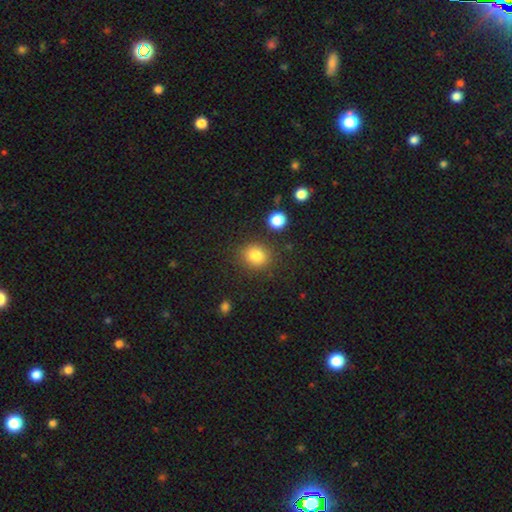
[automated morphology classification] The model was most divided on "how rounded": round: 71%, in between: 28%, cigar-shaped: 1%. More confident: merging — none (84%); smooth or featured — smooth (82%).